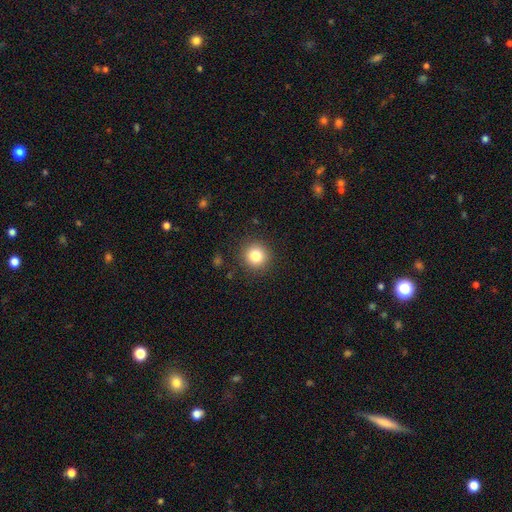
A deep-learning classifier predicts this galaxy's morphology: Smooth or featured? Predicted: smooth (p=0.82). How rounded? Predicted: round (p=0.94). Merging? Predicted: none (p=0.90).